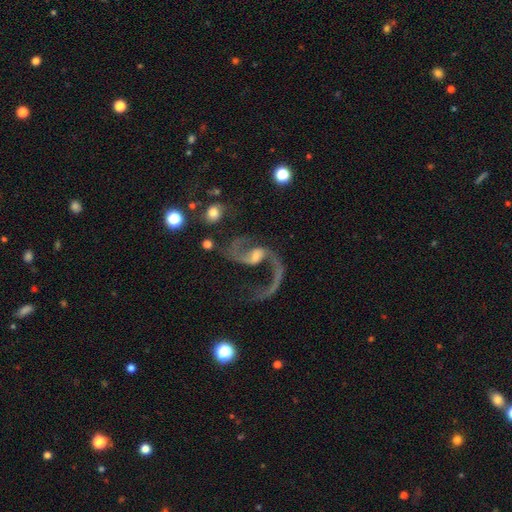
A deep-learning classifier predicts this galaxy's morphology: Smooth or featured? featured or disk (90%)
Edge-on disk? no (98%)
Bar? weak (49%)
Spiral arms? yes (96%)
Spiral winding? loose (79%)
Spiral arm count? 2 (88%)
Bulge size? small (45%)
Merging? none (54%)